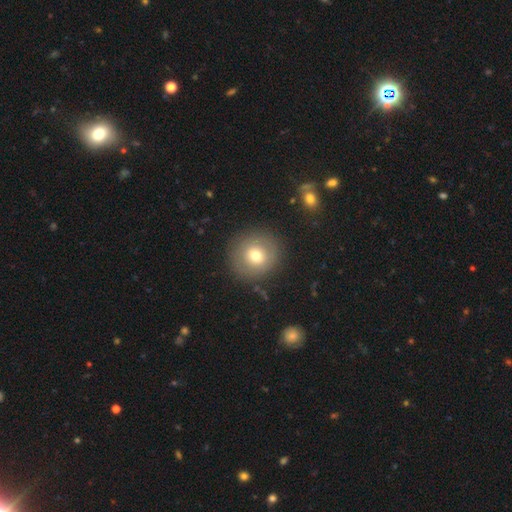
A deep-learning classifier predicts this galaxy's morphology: The model was most divided on "smooth or featured": smooth: 69%, featured or disk: 20%, star or artifact: 11%. More confident: how rounded — round (93%); merging — none (87%).